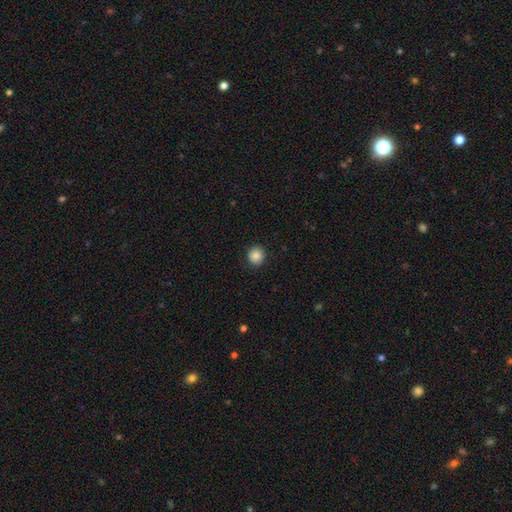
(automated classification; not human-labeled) A smooth galaxy with no disk features (86%) that is round (89%). Merging: none (90%).